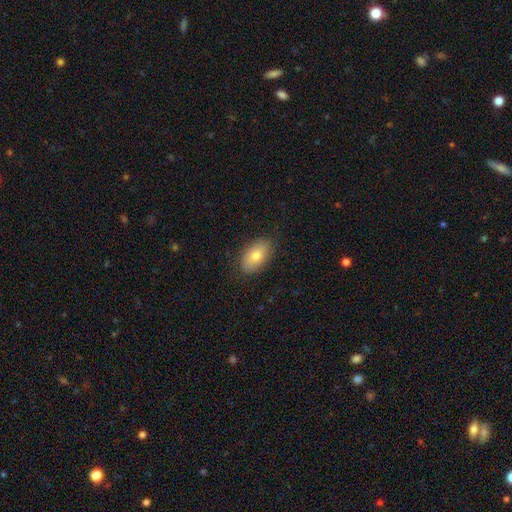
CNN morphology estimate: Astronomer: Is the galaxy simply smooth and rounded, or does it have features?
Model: smooth — 76%.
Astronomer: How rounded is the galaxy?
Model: in between — 92%.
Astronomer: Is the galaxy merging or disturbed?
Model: none — 86%.